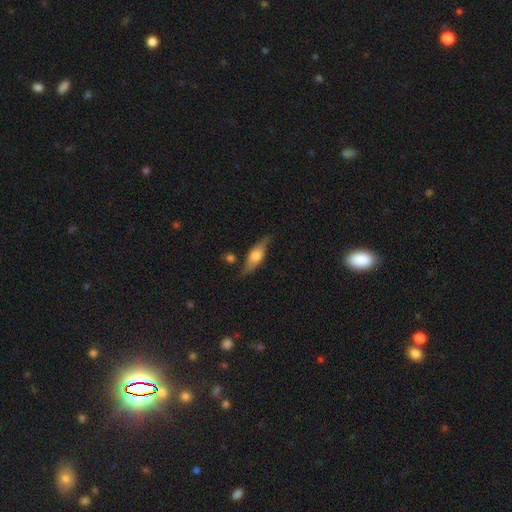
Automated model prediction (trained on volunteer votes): This is possibly a featured or disk galaxy (51%). It is clearly viewed edge-on (85%). Merging: likely none (76%).